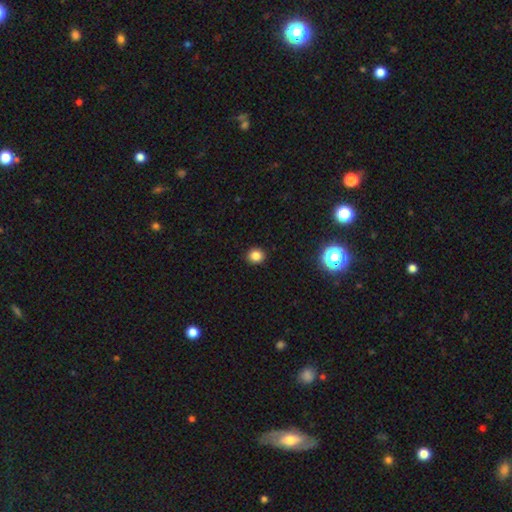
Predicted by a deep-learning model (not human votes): Smooth or featured? Predicted: smooth (p=0.83). How rounded? Predicted: round (p=0.87). Merging? Predicted: none (p=0.92).